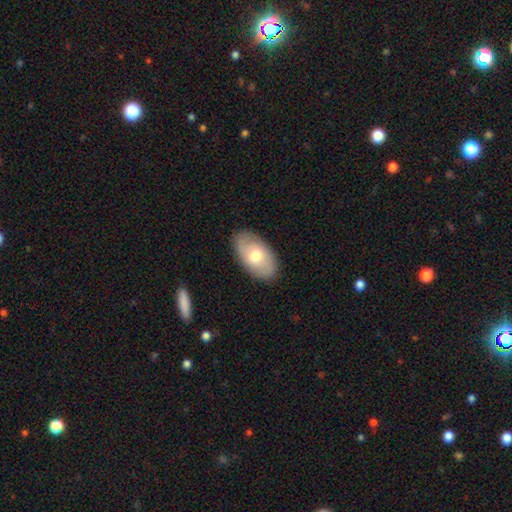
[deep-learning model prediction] A smooth galaxy with no disk features (55%) that is in between round and cigar-shaped (93%). Merging: none (84%).